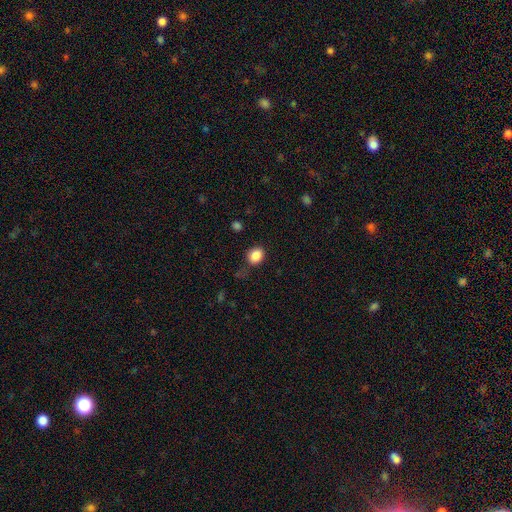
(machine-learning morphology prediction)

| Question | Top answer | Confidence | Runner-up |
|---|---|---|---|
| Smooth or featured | smooth | 86% | star or artifact (10%) |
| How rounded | round | 59% | in between (41%) |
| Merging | none | 77% | minor disturbance (16%) |